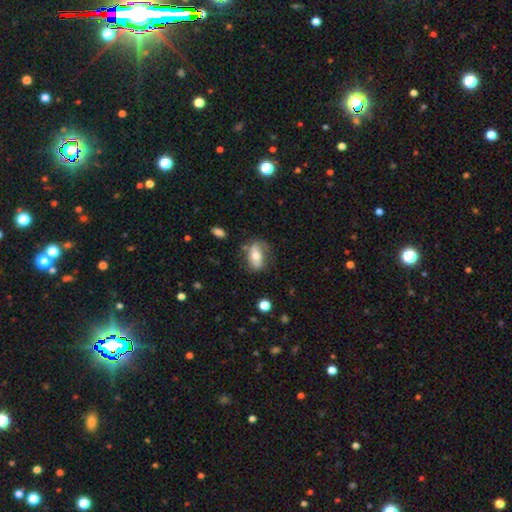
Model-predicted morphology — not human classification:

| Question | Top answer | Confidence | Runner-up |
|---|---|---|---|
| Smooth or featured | smooth | 56% | featured or disk (37%) |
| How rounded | in between | 85% | round (10%) |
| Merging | none | 62% | minor disturbance (24%) |